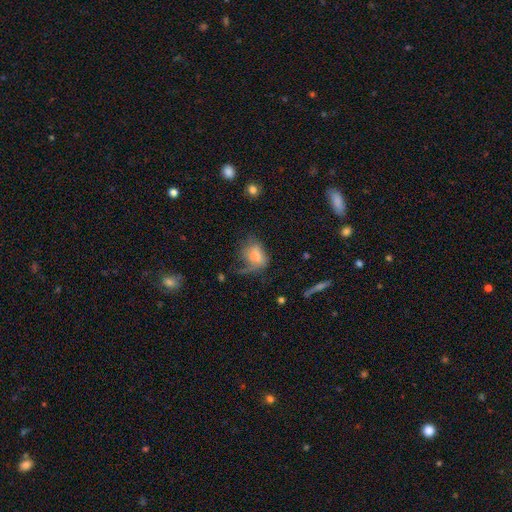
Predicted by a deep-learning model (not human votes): Overall: smooth (71%). How rounded: in between (65%; round 34%). Merging: none (35%; major disturbance 32%).